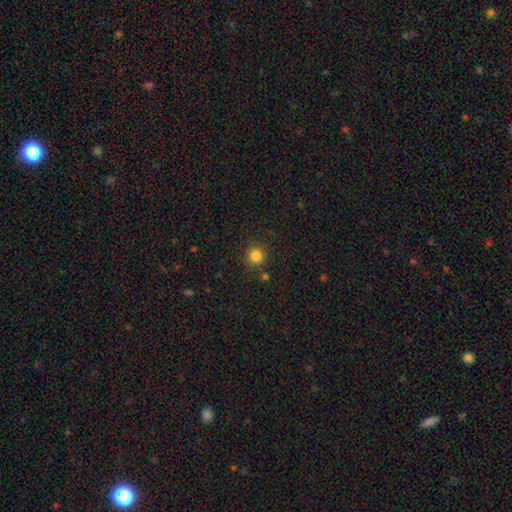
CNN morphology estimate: Smooth or featured: smooth — 83% (star or artifact — 13%)
How rounded: round — 94% (in between — 5%)
Merging: none — 87% (minor disturbance — 7%)